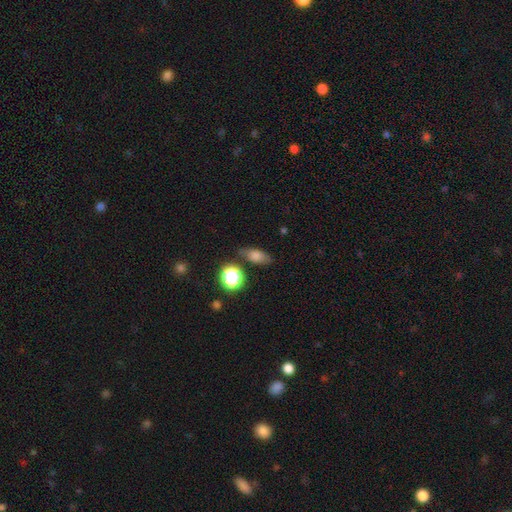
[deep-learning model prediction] smooth-or-featured: smooth: 72% | star or artifact: 15% | featured or disk: 13%
  how-rounded: in between: 72% | round: 16% | cigar-shaped: 13%
  merging: none: 75% | minor disturbance: 16% | merger: 4% | major disturbance: 4%